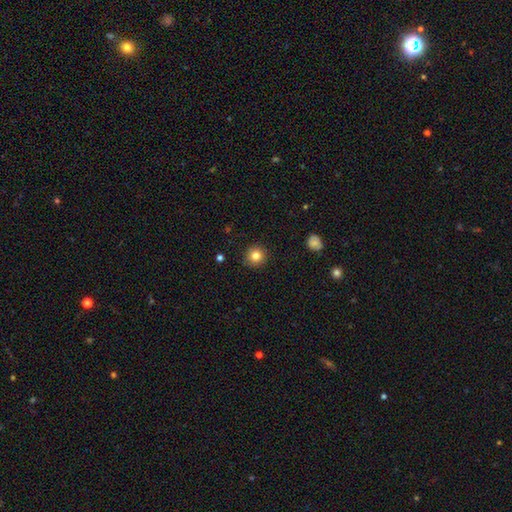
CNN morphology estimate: Overall: smooth (83%). How rounded: round (95%). Merging: none (91%).